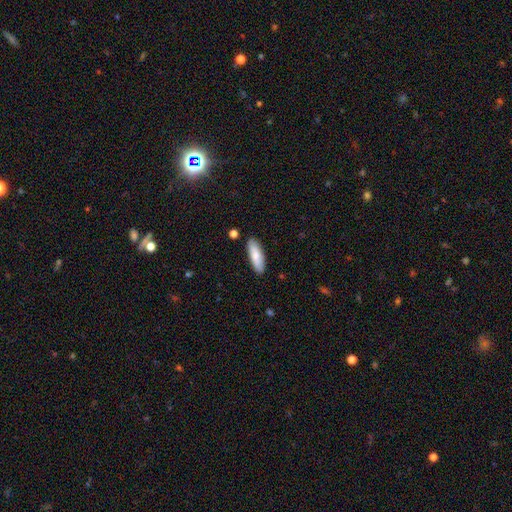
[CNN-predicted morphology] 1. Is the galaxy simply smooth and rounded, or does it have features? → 81% smooth, 13% featured or disk, 6% star or artifact.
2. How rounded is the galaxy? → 53% in between, 45% cigar-shaped, 2% round.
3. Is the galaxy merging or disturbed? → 87% none, 9% minor disturbance, 2% merger, 2% major disturbance.